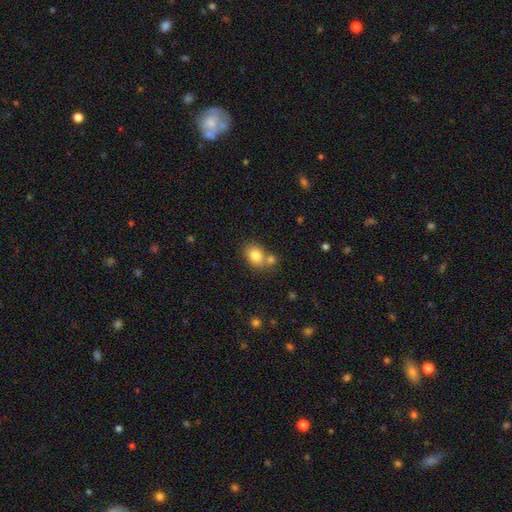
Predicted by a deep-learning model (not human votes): Smooth or featured? smooth (81%)
How rounded? in between (57%)
Merging? none (54%)